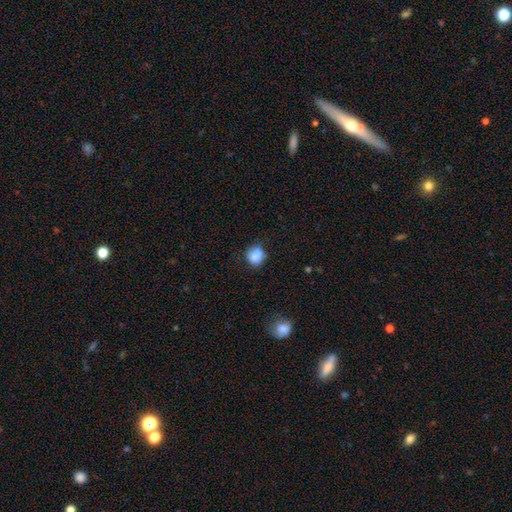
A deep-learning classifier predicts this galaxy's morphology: Overall: smooth (79%). How rounded: round (77%). Merging: none (59%; minor disturbance 21%).